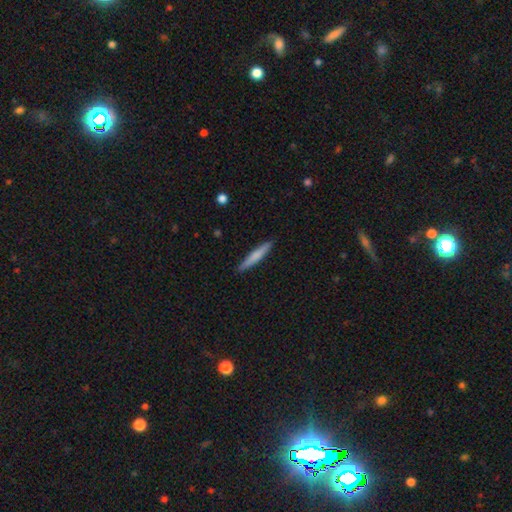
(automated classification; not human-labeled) Overall: smooth (70%). How rounded: cigar-shaped (95%). Merging: none (90%).